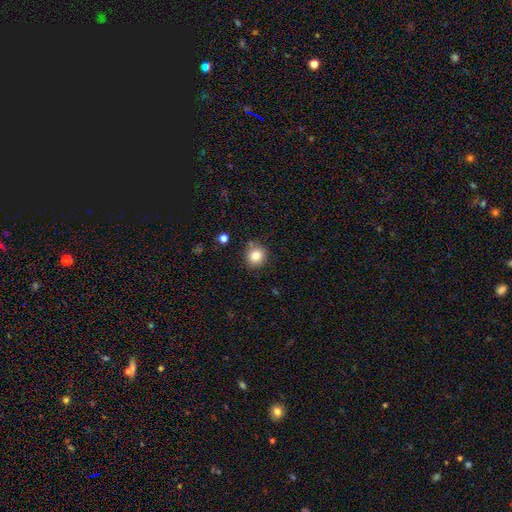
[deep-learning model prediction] Overall: smooth (83%). How rounded: round (84%). Merging: none (82%).